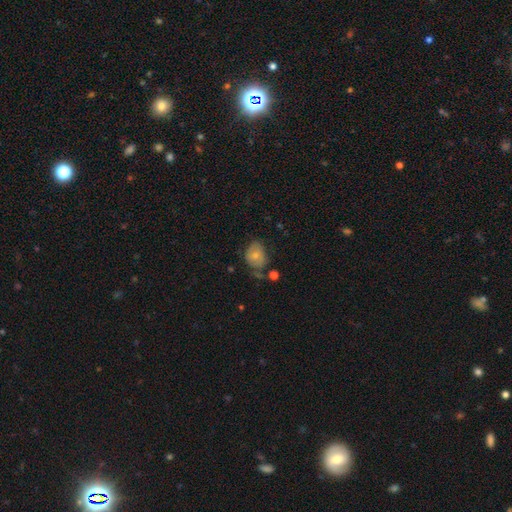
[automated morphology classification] smooth 66%, featured or disk 25%, star or artifact 8%. Down the decision tree: how rounded — in between (58%); merging — none (42%).